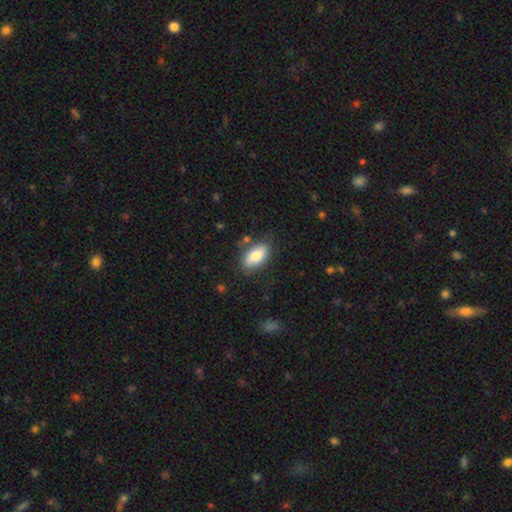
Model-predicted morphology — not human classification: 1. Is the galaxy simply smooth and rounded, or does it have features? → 81% smooth, 12% featured or disk, 6% star or artifact.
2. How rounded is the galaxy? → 90% in between, 6% cigar-shaped, 3% round.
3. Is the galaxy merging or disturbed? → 75% none, 17% minor disturbance, 5% major disturbance, 3% merger.